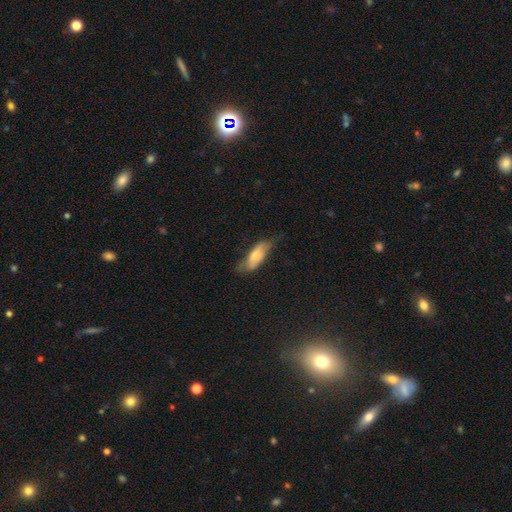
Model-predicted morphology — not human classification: This appears to be a smooth galaxy with no disk features (65%) that is in between round and cigar-shaped (65%). Merging: none (51%).